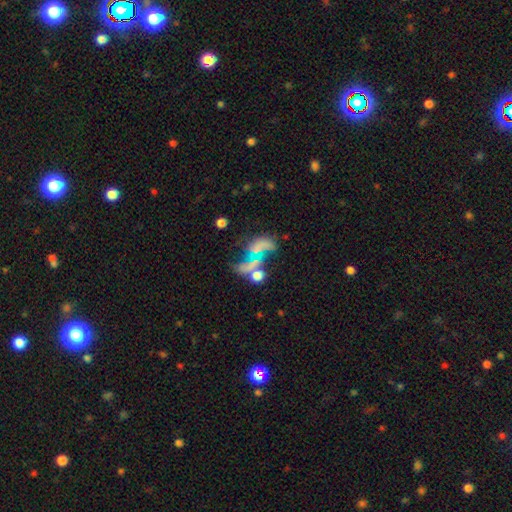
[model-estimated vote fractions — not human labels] This appears to be a featured or disk galaxy (45%). Merging: merger (38%).